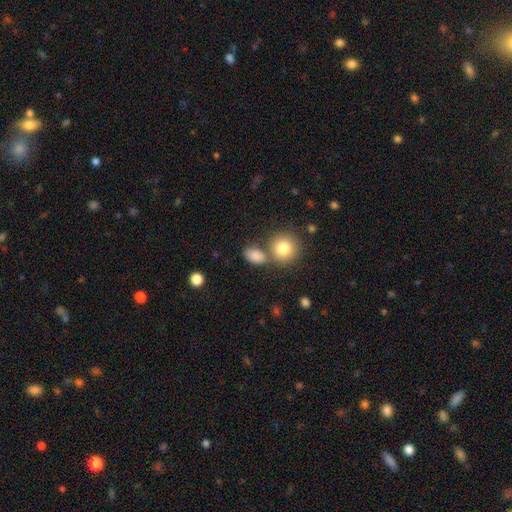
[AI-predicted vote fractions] This is clearly a smooth galaxy (85%). How rounded: likely in between (71%). Merging: possibly none (58%).